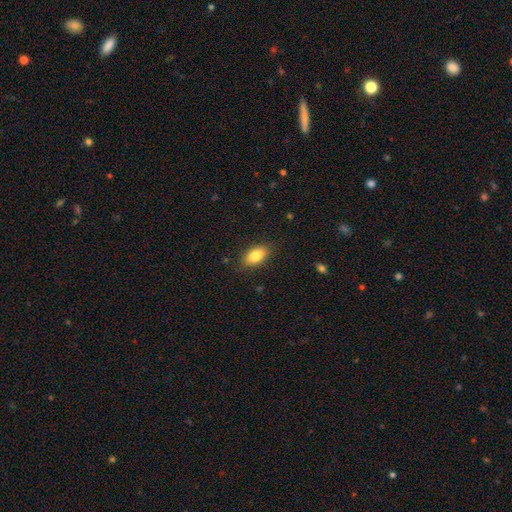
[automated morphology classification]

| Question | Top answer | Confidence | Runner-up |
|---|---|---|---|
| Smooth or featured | smooth | 84% | featured or disk (8%) |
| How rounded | in between | 90% | round (5%) |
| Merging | none | 83% | minor disturbance (13%) |